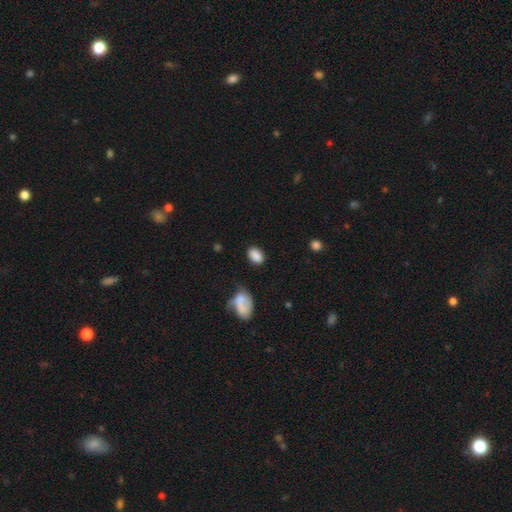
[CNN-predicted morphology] type=smooth (87%); roundness=in between (81%); merging=none (78%).